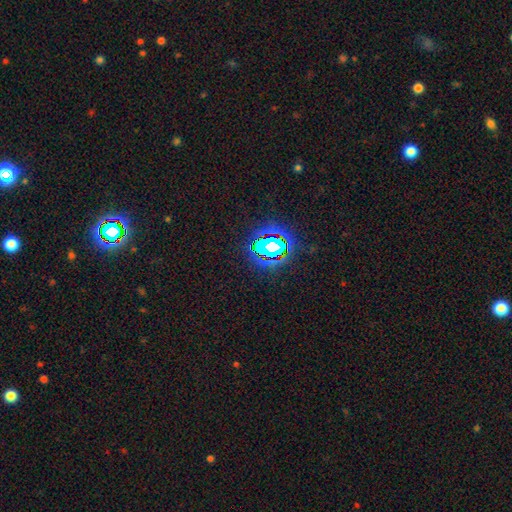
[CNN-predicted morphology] smooth-or-featured: star or artifact: 82% | smooth: 11% | featured or disk: 7%